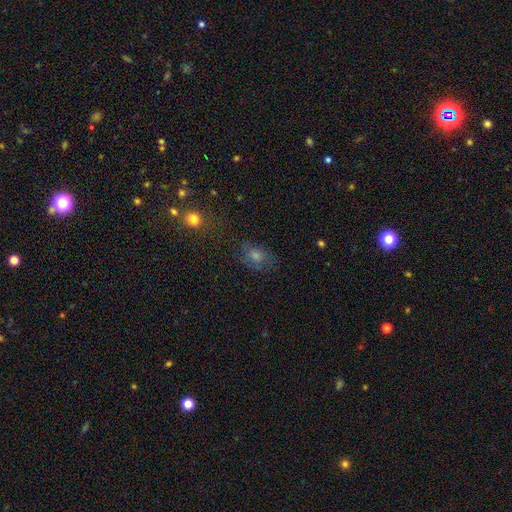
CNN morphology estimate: Smooth or featured? smooth (49%)
Merging? none (68%)